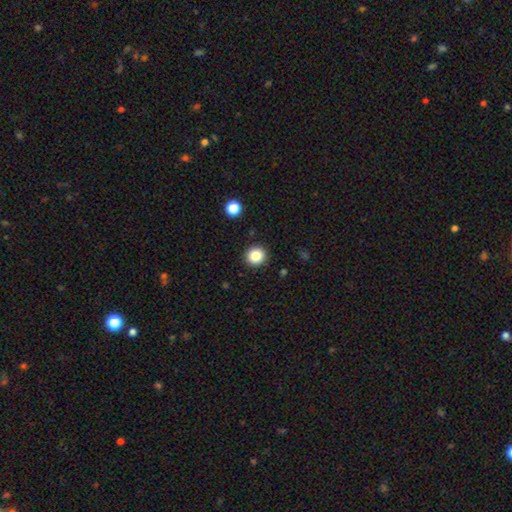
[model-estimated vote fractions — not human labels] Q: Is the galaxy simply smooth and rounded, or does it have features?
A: smooth — 85%.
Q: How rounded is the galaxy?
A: round — 93%.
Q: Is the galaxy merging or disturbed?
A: none — 91%.